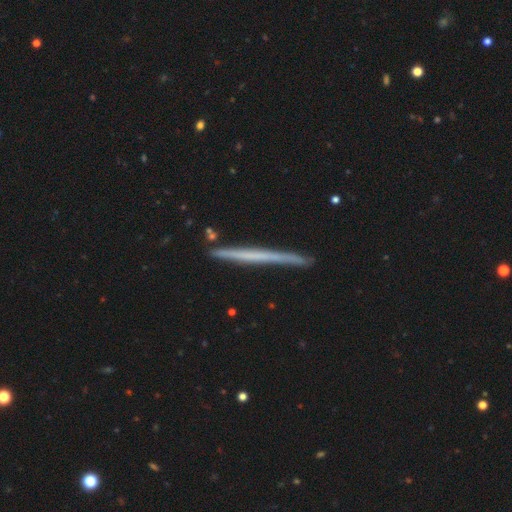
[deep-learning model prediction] This appears to be a featured or disk galaxy (58%) viewed edge-on (98%) with no central bulge (91%). Merging: none (88%).